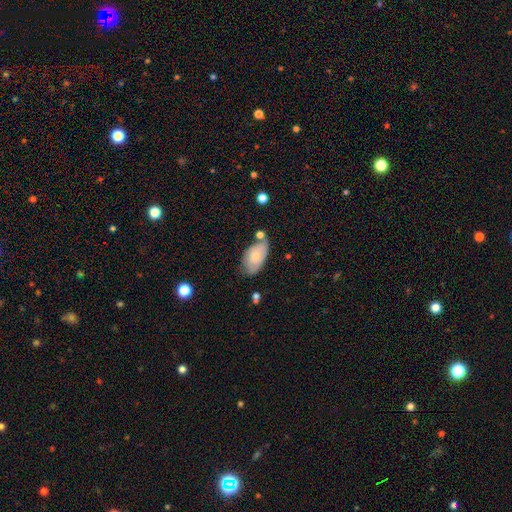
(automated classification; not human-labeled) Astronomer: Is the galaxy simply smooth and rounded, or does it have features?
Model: smooth — 64%.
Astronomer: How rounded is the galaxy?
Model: in between — 93%.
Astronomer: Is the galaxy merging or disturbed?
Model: none — 56%.